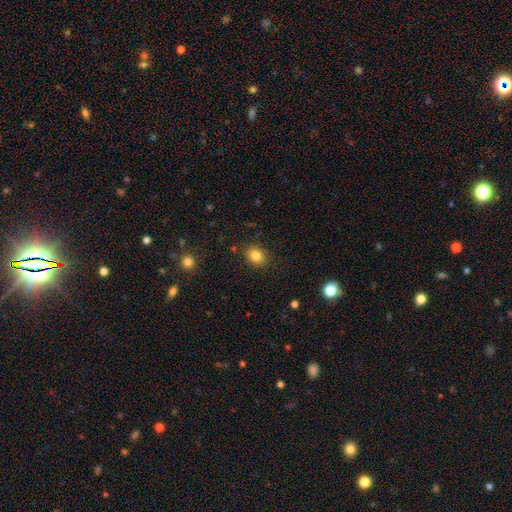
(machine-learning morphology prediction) smooth 83%, star or artifact 11%, featured or disk 6%. Down the decision tree: how rounded — round (57%); merging — none (85%).